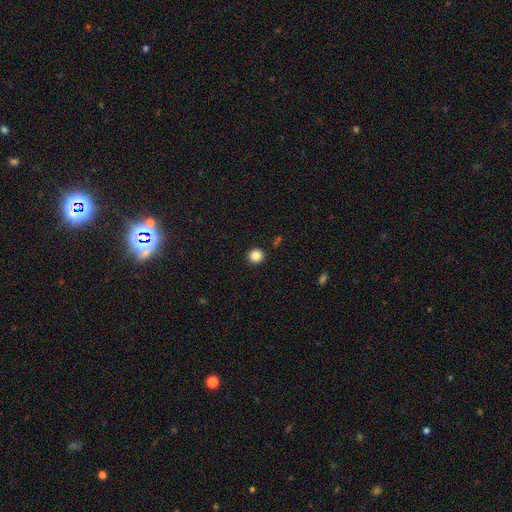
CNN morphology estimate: Smooth or featured? smooth (86%)
How rounded? round (95%)
Merging? none (92%)